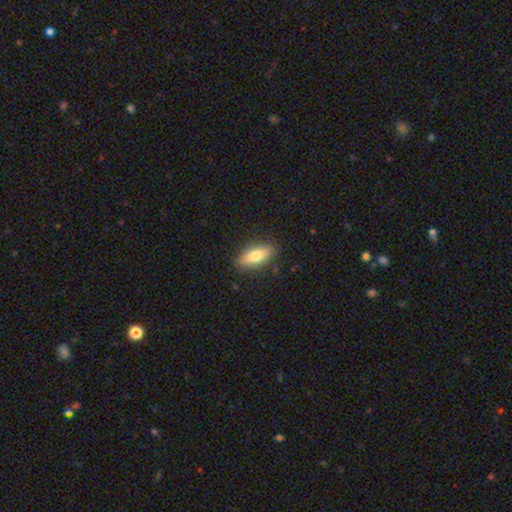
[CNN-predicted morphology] Overall: smooth (74%). How rounded: in between (75%). Merging: none (87%).